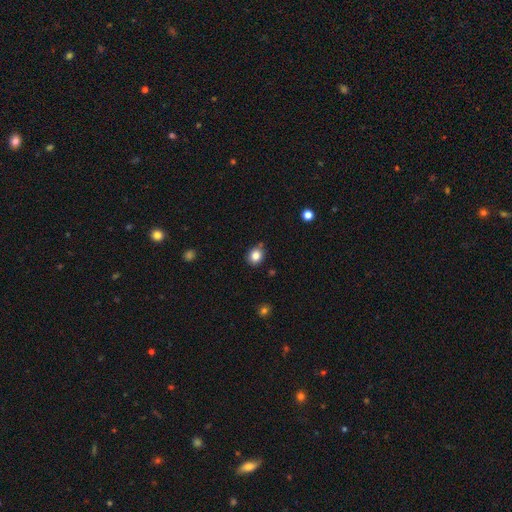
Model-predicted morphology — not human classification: Smooth or featured?
  - smooth: 83% *
  - star or artifact: 11%
  - featured or disk: 6%
How rounded?
  - round: 68% *
  - in between: 31%
  - cigar-shaped: 1%
Merging?
  - none: 78% *
  - minor disturbance: 15%
  - merger: 4%
  - major disturbance: 3%